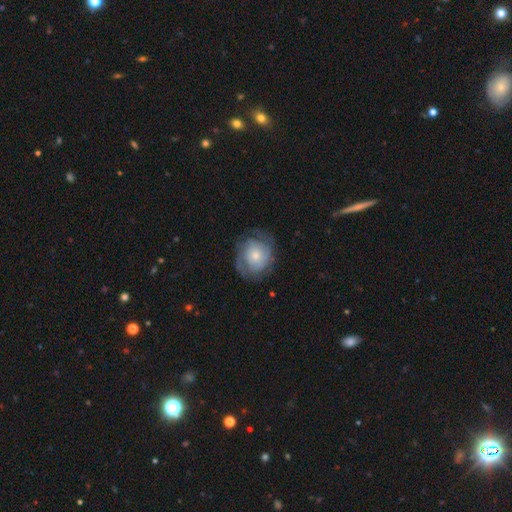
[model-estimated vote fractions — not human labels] This is possibly a featured or disk galaxy (54%). It is clearly not viewed edge-on (97%). Bar: clearly no (83%). Spiral arm pattern: likely yes (73%). Central bulge: possibly small (48%). Merging: likely none (62%).